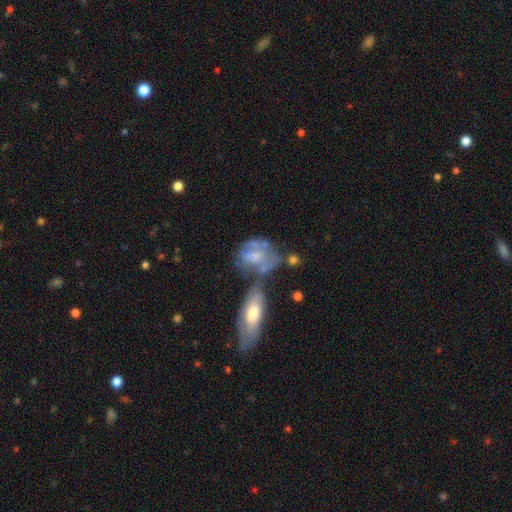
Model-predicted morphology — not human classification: Smooth or featured? featured or disk (48%)
Merging? merger (42%)